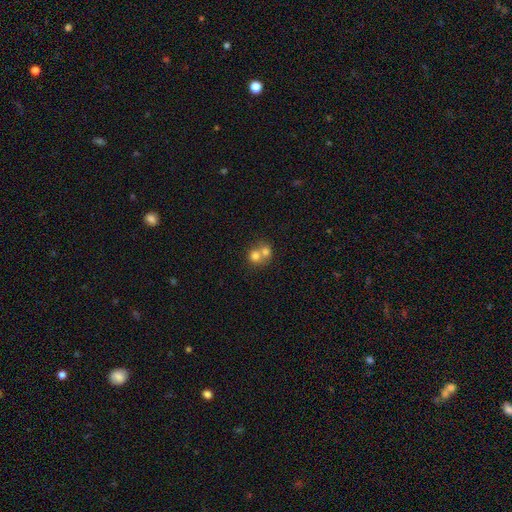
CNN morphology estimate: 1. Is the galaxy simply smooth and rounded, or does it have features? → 72% smooth, 17% featured or disk, 10% star or artifact.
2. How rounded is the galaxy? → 79% round, 20% in between, 1% cigar-shaped.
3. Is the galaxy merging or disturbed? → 67% merger, 27% none, 4% minor disturbance, 2% major disturbance.